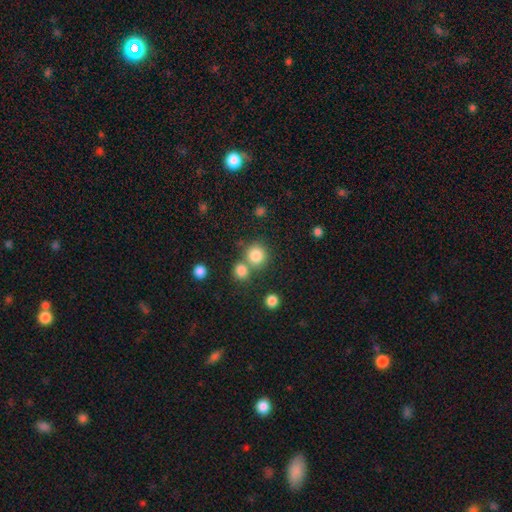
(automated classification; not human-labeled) Smooth or featured? smooth (82%)
How rounded? round (89%)
Merging? none (62%)